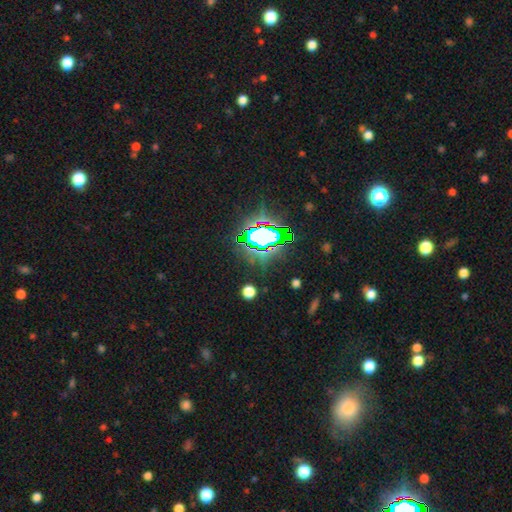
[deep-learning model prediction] Morphology: type=star or artifact (80%).